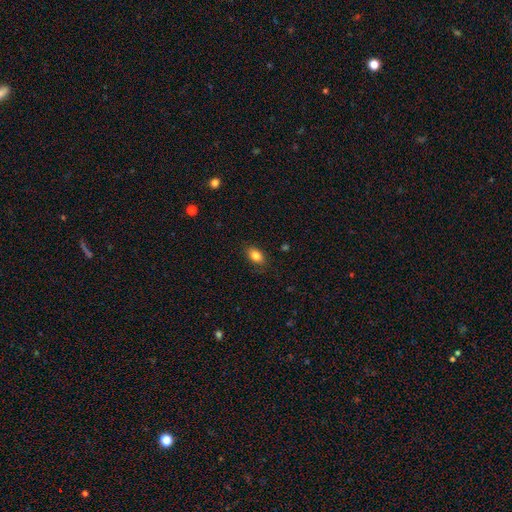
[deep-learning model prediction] smooth_or_featured: smooth (p=0.84) [alt: star or artifact p=0.09]
how_rounded: in between (p=0.85) [alt: round p=0.13]
merging: none (p=0.83) [alt: minor disturbance p=0.13]